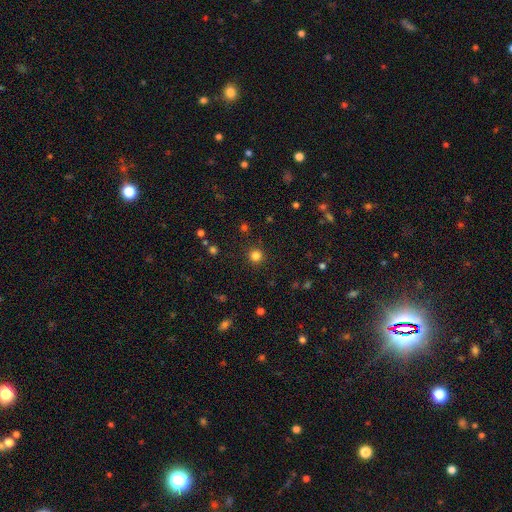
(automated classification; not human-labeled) Morphology: type=smooth (81%); roundness=round (95%); merging=none (92%).